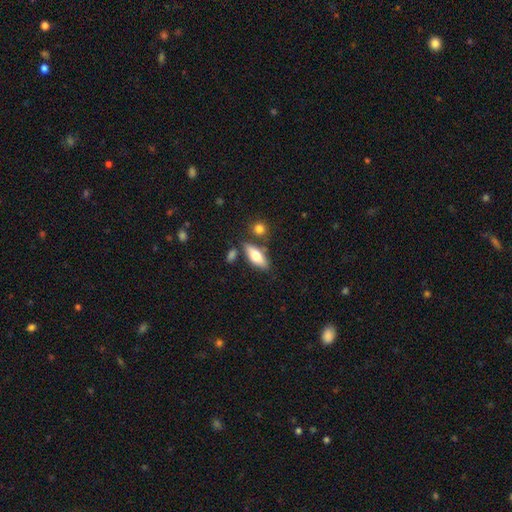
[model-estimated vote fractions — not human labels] Smooth or featured: smooth — 73% (featured or disk — 21%)
How rounded: in between — 70% (cigar-shaped — 27%)
Merging: none — 72% (minor disturbance — 14%)